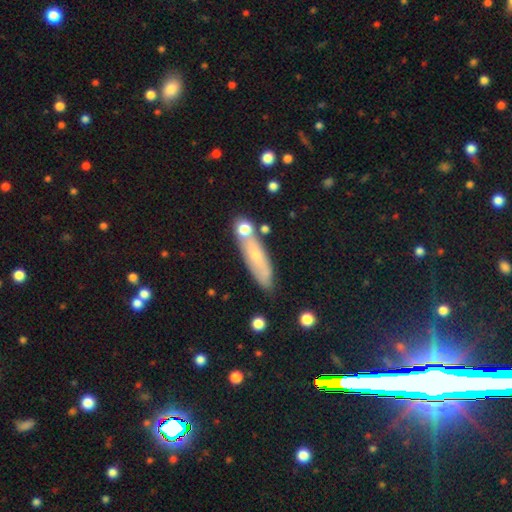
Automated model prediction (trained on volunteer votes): Q: Smooth or featured?
A: smooth (55%); runner-up: featured or disk (36%)
Q: How rounded?
A: cigar-shaped (66%); runner-up: in between (31%)
Q: Merging?
A: none (70%); runner-up: minor disturbance (15%)